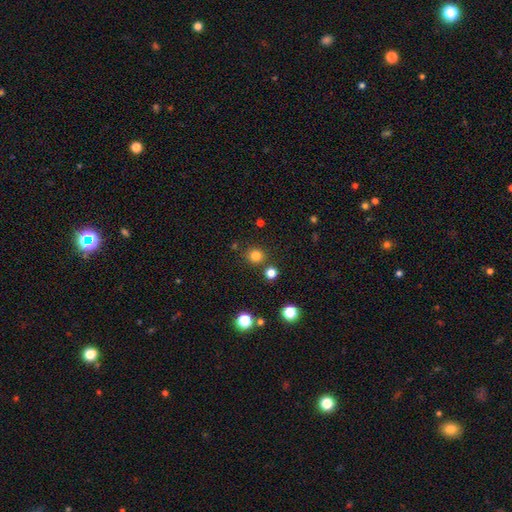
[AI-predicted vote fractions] Smooth or featured? Predicted: smooth (p=0.80). How rounded? Predicted: round (p=0.92). Merging? Predicted: none (p=0.85).